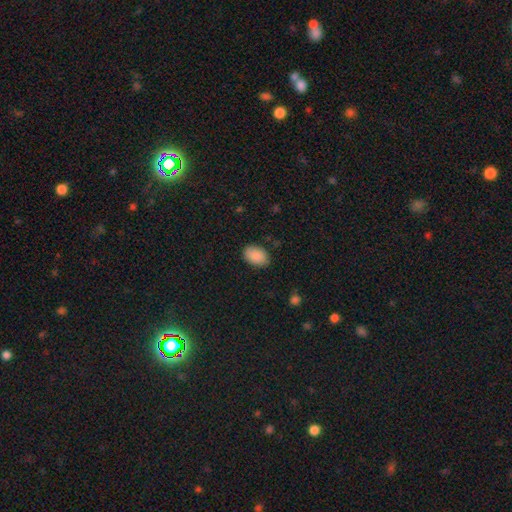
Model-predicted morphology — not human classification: Smooth or featured? Predicted: smooth (p=0.90). How rounded? Predicted: in between (p=0.85). Merging? Predicted: none (p=0.84).